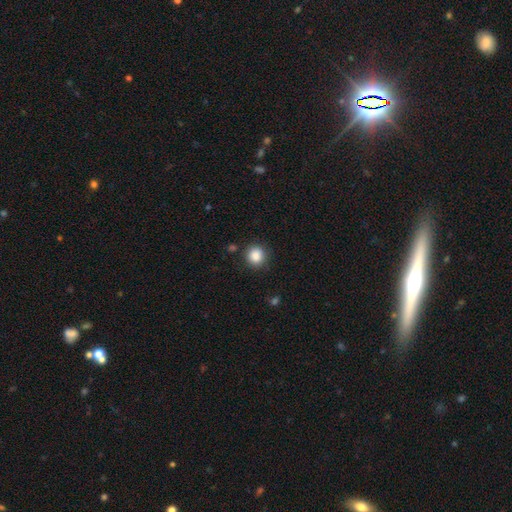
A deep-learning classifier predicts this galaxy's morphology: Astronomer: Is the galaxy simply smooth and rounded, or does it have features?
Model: smooth — 87%.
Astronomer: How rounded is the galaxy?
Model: round — 87%.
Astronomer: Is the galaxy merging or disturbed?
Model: none — 85%.